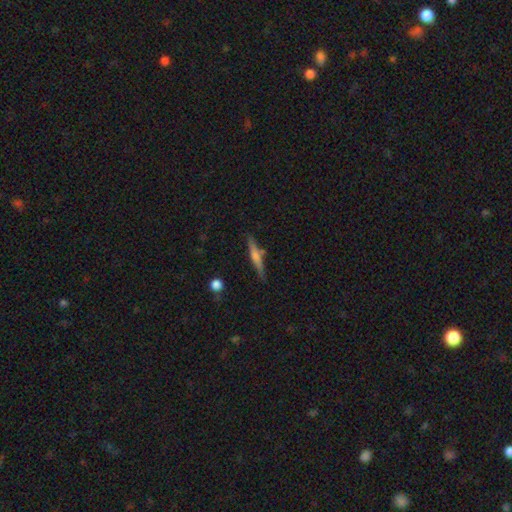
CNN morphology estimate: A featured or disk galaxy (52%) viewed edge-on (96%).

Vote fractions:
- Smooth or featured? featured or disk: 52% / smooth: 41% / star or artifact: 7%
- Edge-on disk? yes: 96% / no: 4%
- Merging? none: 83% / minor disturbance: 11% / merger: 4% / major disturbance: 3%